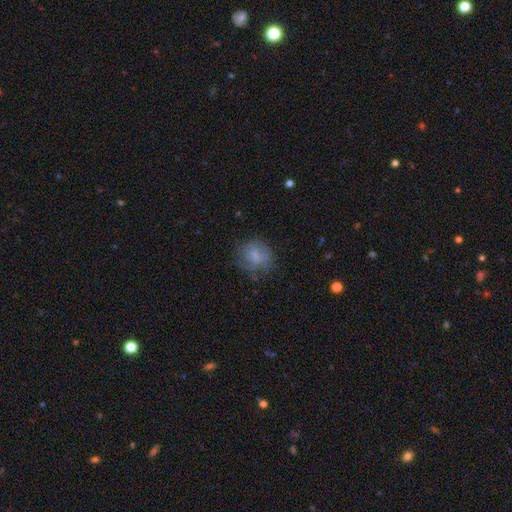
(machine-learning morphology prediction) Overall: smooth (60%; featured or disk 29%). How rounded: round (67%; in between 31%). Merging: none (60%; minor disturbance 23%).